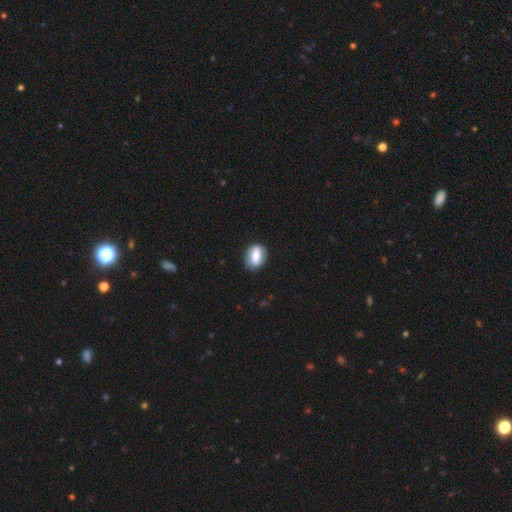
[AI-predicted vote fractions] A smooth galaxy with no disk features (66%) that is in between round and cigar-shaped (69%).

Vote fractions:
- Smooth or featured? smooth: 66% / featured or disk: 27% / star or artifact: 7%
- How rounded? in between: 69% / round: 27% / cigar-shaped: 3%
- Merging? none: 84% / minor disturbance: 12% / major disturbance: 3% / merger: 1%